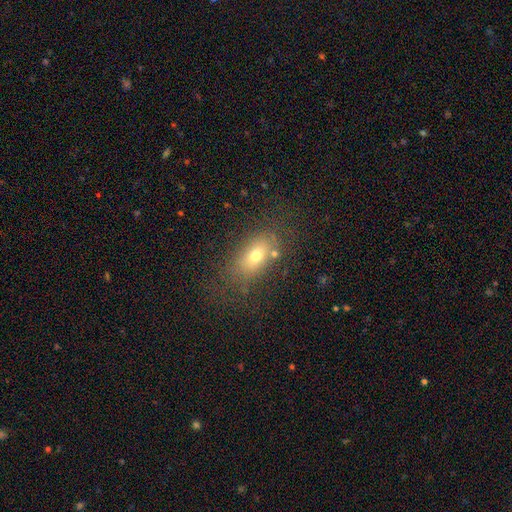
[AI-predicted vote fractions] The model was most divided on "smooth or featured": smooth: 68%, featured or disk: 19%, star or artifact: 12%. More confident: how rounded — in between (84%); merging — none (68%).